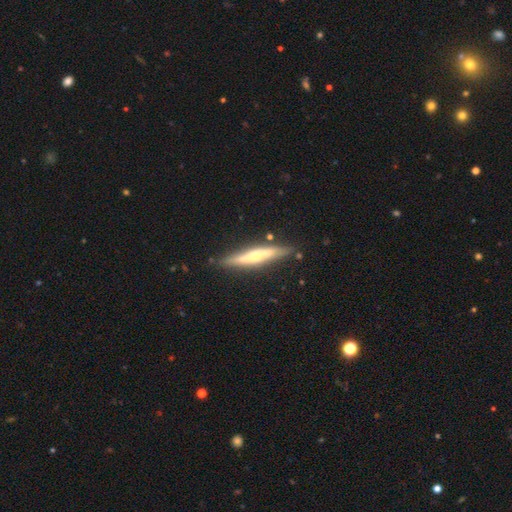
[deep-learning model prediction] Smooth or featured?
  - featured or disk: 60% *
  - smooth: 35%
  - star or artifact: 6%
Edge-on disk?
  - yes: 91% *
  - no: 9%
Edge-on bulge?
  - rounded: 71% *
  - none: 20%
  - boxy: 9%
Merging?
  - none: 82% *
  - minor disturbance: 12%
  - merger: 3%
  - major disturbance: 2%